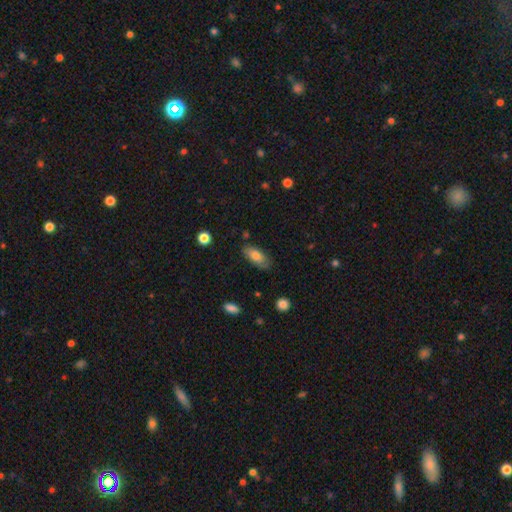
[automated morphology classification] Smooth or featured?
  - smooth: 76% *
  - featured or disk: 18%
  - star or artifact: 7%
How rounded?
  - in between: 85% *
  - cigar-shaped: 12%
  - round: 2%
Merging?
  - none: 74% *
  - minor disturbance: 20%
  - major disturbance: 4%
  - merger: 2%